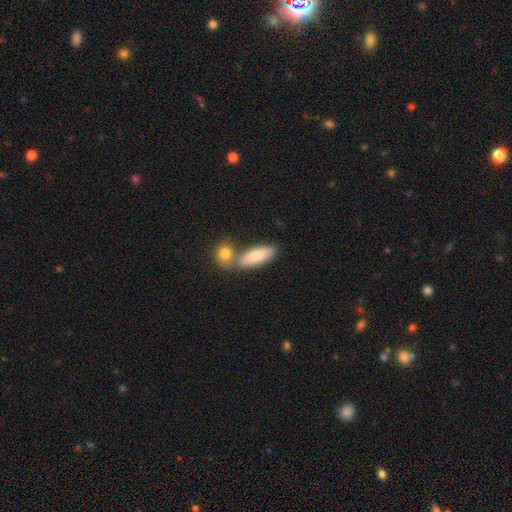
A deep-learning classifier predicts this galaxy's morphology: A smooth galaxy with no disk features (82%) that is in between round and cigar-shaped (72%). Merging: none (51%).